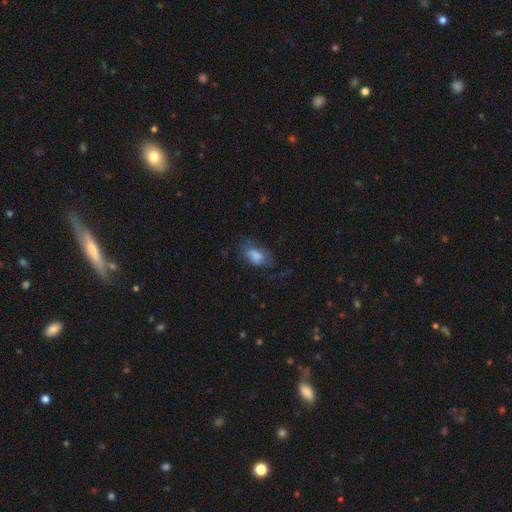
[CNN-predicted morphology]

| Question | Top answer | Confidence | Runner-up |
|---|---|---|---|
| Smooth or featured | smooth | 72% | featured or disk (19%) |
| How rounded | in between | 89% | round (9%) |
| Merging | none | 47% | minor disturbance (27%) |